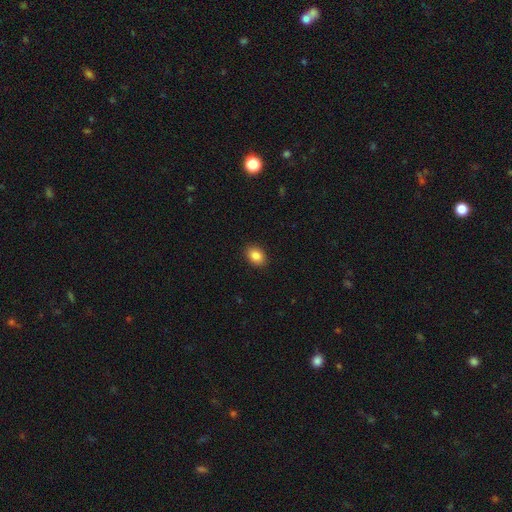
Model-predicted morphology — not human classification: The model was most divided on "how rounded": in between: 73%, round: 25%, cigar-shaped: 1%. More confident: merging — none (90%); smooth or featured — smooth (86%).